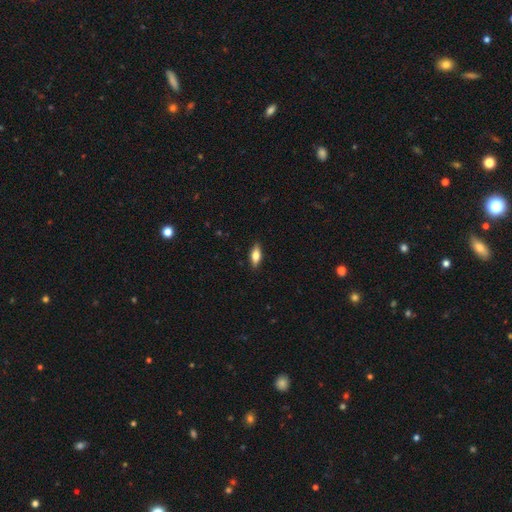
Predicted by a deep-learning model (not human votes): Smooth or featured: smooth — 70% (featured or disk — 23%)
How rounded: in between — 75% (cigar-shaped — 22%)
Merging: none — 88% (minor disturbance — 9%)